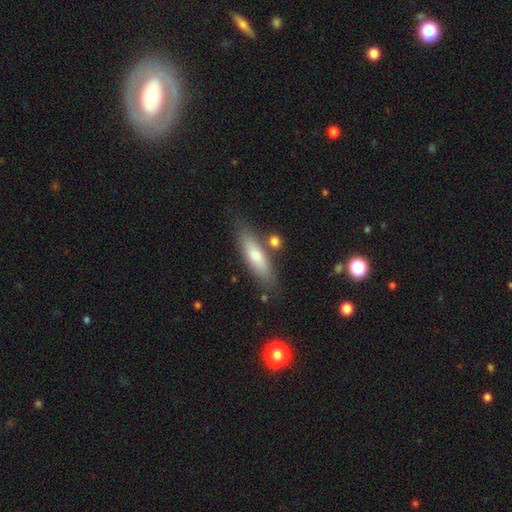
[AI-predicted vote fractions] Q: Smooth or featured?
A: smooth (67%); runner-up: featured or disk (26%)
Q: How rounded?
A: cigar-shaped (58%); runner-up: in between (40%)
Q: Merging?
A: none (77%); runner-up: minor disturbance (13%)